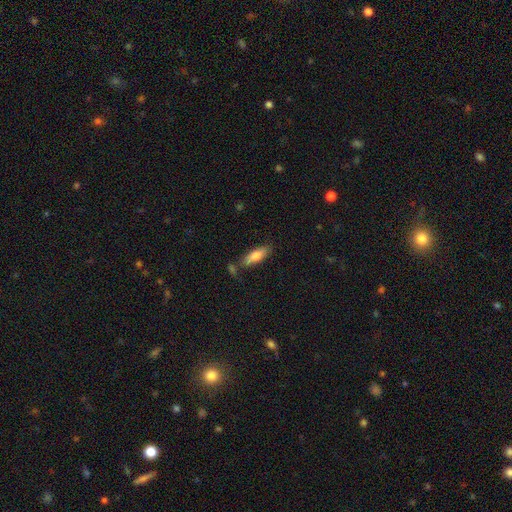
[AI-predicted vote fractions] A smooth galaxy with no disk features (75%) that is in between round and cigar-shaped (52%).

Vote fractions:
- Smooth or featured? smooth: 75% / featured or disk: 19% / star or artifact: 6%
- How rounded? in between: 52% / cigar-shaped: 46% / round: 2%
- Merging? none: 72% / minor disturbance: 15% / merger: 9% / major disturbance: 4%